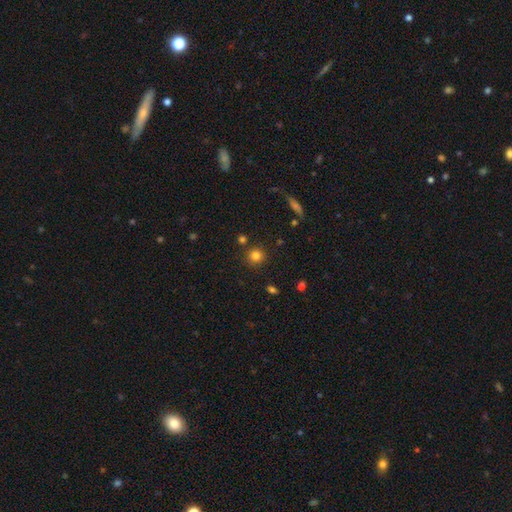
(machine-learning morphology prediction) The model was most divided on "smooth or featured": smooth: 80%, star or artifact: 14%, featured or disk: 6%. More confident: how rounded — round (92%); merging — none (85%).